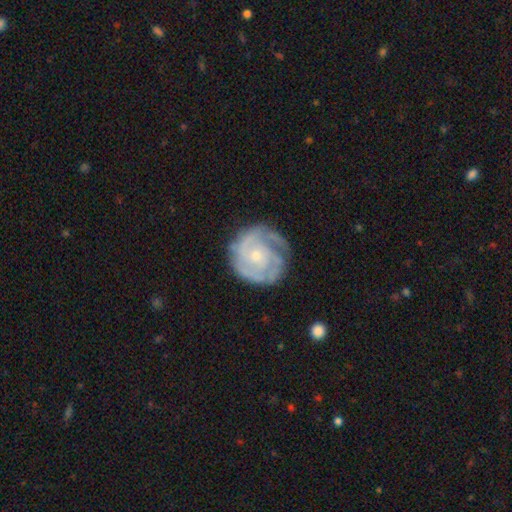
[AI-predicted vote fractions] A featured or disk galaxy (82%) with no bar (77%), tight (69%) spiral arms (94%) and a small central bulge (68%).

Vote fractions:
- Smooth or featured? featured or disk: 82% / smooth: 12% / star or artifact: 5%
- Edge-on disk? no: 98% / yes: 2%
- Bar? no: 77% / weak: 19% / strong: 4%
- Spiral arms? yes: 94% / no: 6%
- Spiral winding? tight: 69% / medium: 25% / loose: 6%
- Spiral arm count? can't tell: 28% / 2: 27% / 3: 26% / 4: 7% / 1: 7% / more than 4: 5%
- Bulge size? small: 68% / moderate: 27% / none: 2% / large: 1% / dominant: 1%
- Merging? none: 71% / minor disturbance: 19% / major disturbance: 8% / merger: 1%